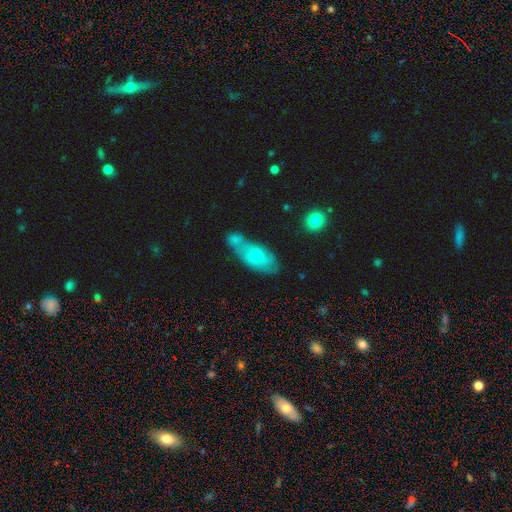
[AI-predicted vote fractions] This is possibly a smooth galaxy (56%). How rounded: clearly in between (82%). Merging: marginally merger (42%).